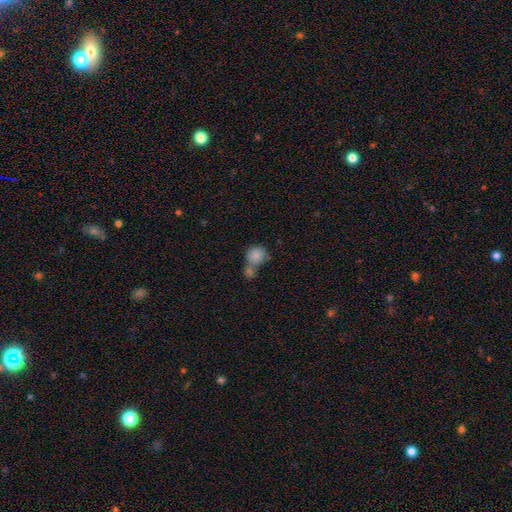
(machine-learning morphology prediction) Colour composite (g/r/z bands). It shows a smooth galaxy with no disk features (83%) that is round (79%). Merging: merger (51%).